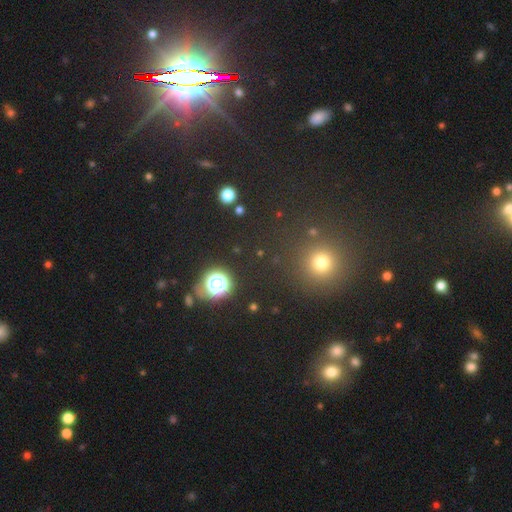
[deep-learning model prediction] smooth-or-featured: star or artifact: 58% | smooth: 34% | featured or disk: 8%